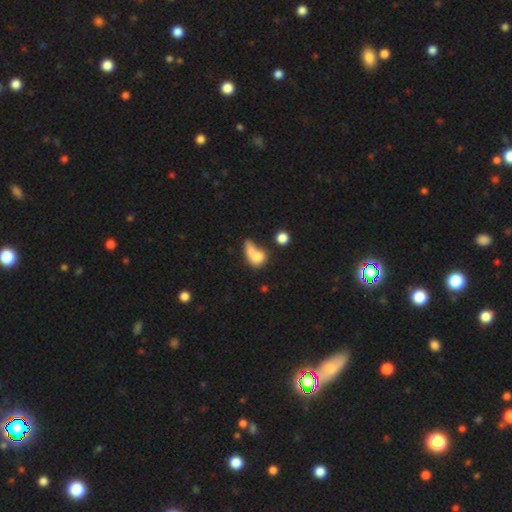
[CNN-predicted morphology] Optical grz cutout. It shows a smooth galaxy with no disk features (72%) that is in between round and cigar-shaped (56%). Merging: merger (47%).